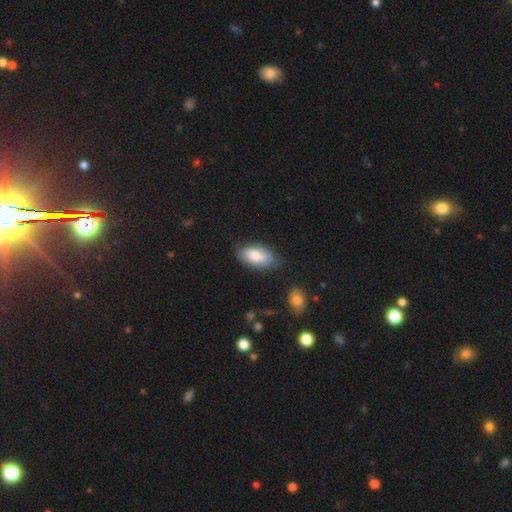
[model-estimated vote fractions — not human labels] Overall: smooth (81%). How rounded: in between (93%). Merging: none (72%).